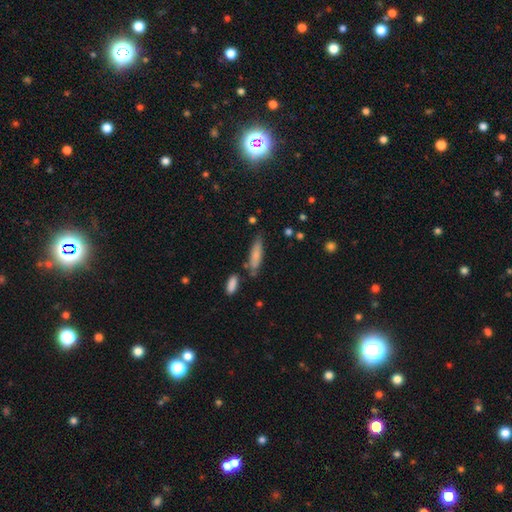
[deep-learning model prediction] Smooth or featured?
  - smooth: 80% *
  - featured or disk: 13%
  - star or artifact: 7%
How rounded?
  - cigar-shaped: 65% *
  - in between: 33%
  - round: 2%
Merging?
  - none: 69% *
  - minor disturbance: 17%
  - merger: 10%
  - major disturbance: 4%